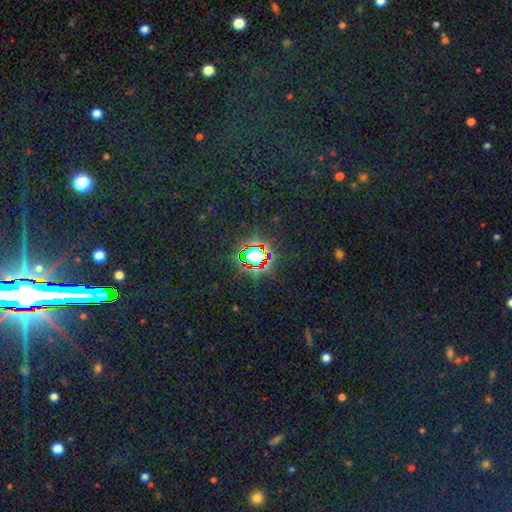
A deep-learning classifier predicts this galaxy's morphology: Overall: star or artifact (76%).